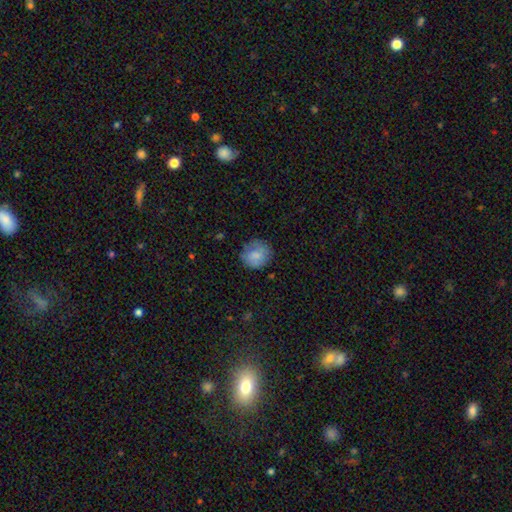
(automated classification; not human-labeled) The model was most divided on "merging": none: 74%, minor disturbance: 19%, major disturbance: 6%, merger: 1%. More confident: how rounded — round (84%); smooth or featured — smooth (78%).